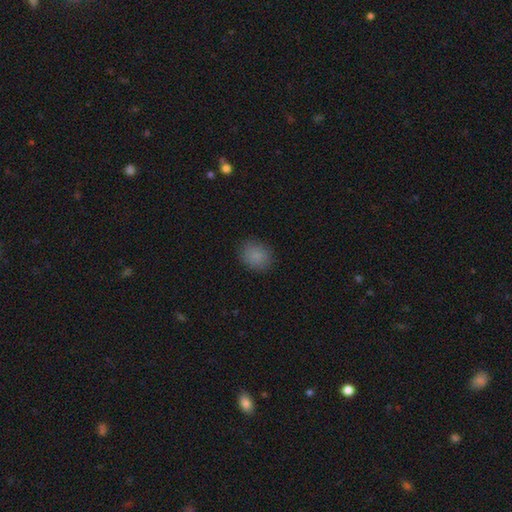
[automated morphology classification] Q: Smooth or featured?
A: smooth (85%); runner-up: star or artifact (10%)
Q: How rounded?
A: round (59%); runner-up: in between (40%)
Q: Merging?
A: none (85%); runner-up: minor disturbance (11%)